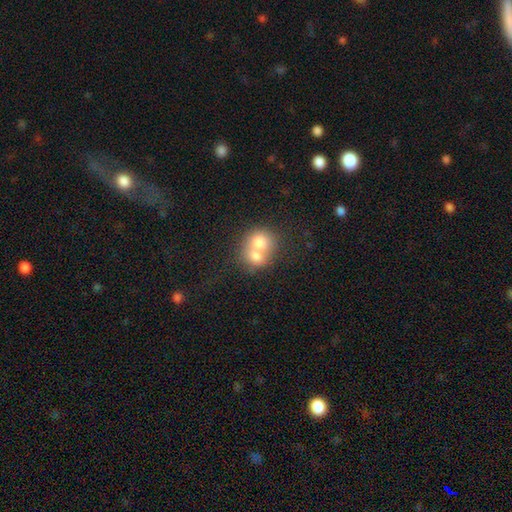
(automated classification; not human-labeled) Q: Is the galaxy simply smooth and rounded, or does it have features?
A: smooth — 72%.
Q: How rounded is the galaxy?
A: round — 68%.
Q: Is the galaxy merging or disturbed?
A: merger — 70%.